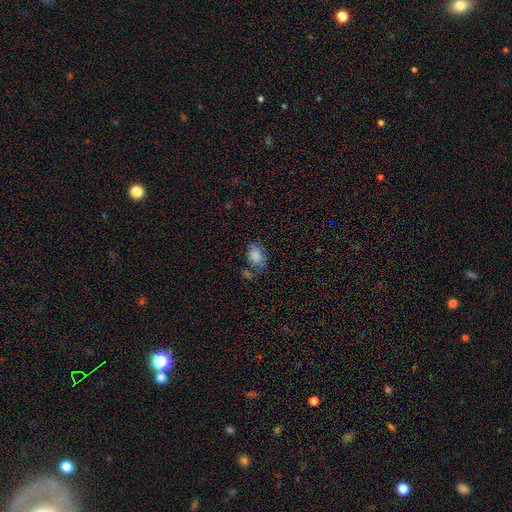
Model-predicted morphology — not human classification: Smooth or featured? smooth (79%)
How rounded? in between (82%)
Merging? none (50%)